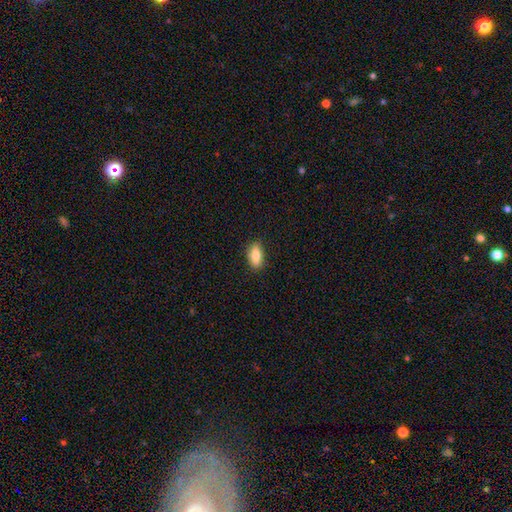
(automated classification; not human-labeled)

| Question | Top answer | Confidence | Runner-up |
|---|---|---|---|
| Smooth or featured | smooth | 80% | featured or disk (13%) |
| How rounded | in between | 82% | cigar-shaped (14%) |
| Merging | none | 87% | minor disturbance (10%) |